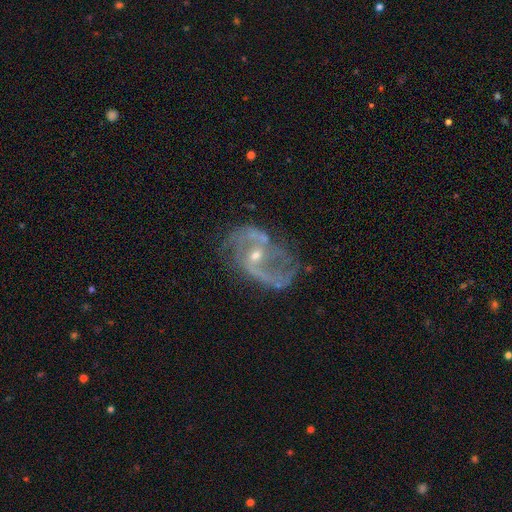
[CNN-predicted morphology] The model was most divided on "spiral winding": loose: 44%, medium: 43%, tight: 13%. Remaining: edge-on disk — no (97%); spiral arms — yes (92%); smooth or featured — featured or disk (88%); spiral arm count — 2 (81%); bulge size — small (57%); merging — none (53%); bar — weak (43%).